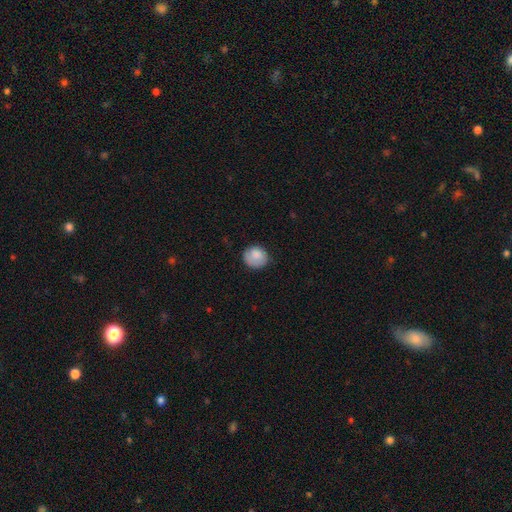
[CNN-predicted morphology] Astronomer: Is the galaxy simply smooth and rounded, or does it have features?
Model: smooth — 82%.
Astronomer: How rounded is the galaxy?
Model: round — 77%.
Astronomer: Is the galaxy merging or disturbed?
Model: none — 71%.